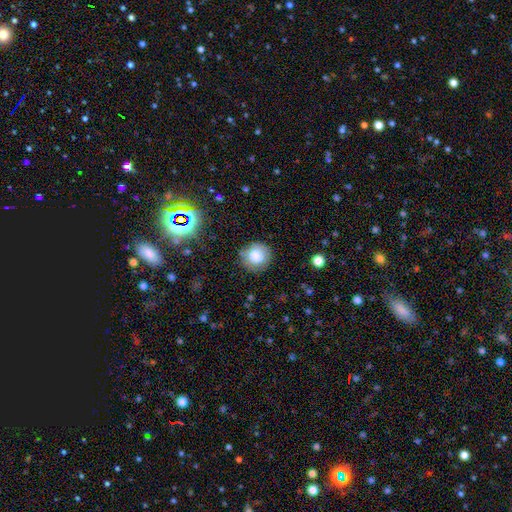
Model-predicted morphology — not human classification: Smooth or featured? Predicted: smooth (p=0.80). How rounded? Predicted: round (p=0.92). Merging? Predicted: none (p=0.83).